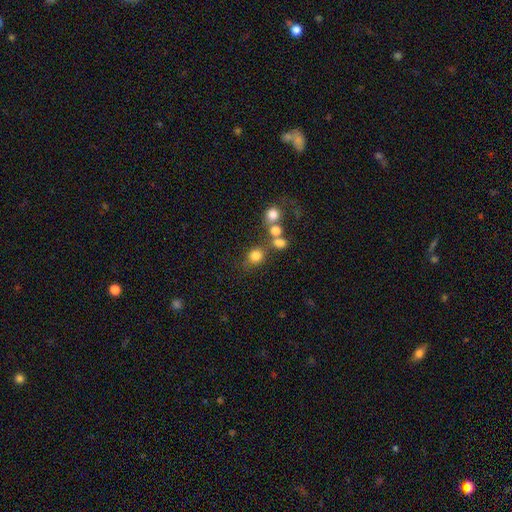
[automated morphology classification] The model was most divided on "merging": none: 60%, merger: 21%, minor disturbance: 12%, major disturbance: 8%. More confident: smooth or featured — smooth (79%); how rounded — round (78%).